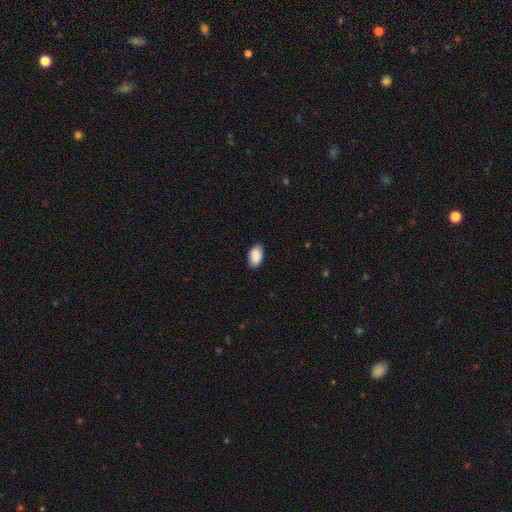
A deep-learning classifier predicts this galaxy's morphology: Overall: smooth (91%). How rounded: in between (94%). Merging: none (88%).